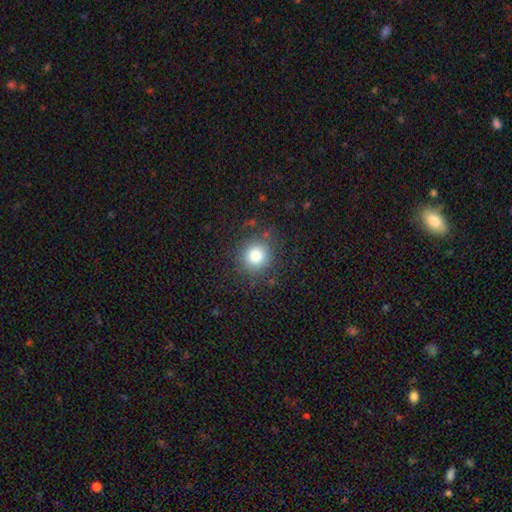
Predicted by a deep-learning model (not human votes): This is likely a smooth galaxy (79%). How rounded: clearly round (91%). Merging: clearly none (86%).